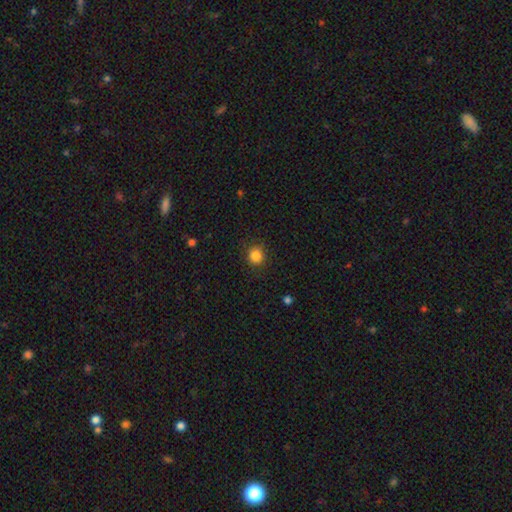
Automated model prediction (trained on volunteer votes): This is clearly a smooth galaxy (85%). How rounded: clearly round (90%). Merging: clearly none (89%).